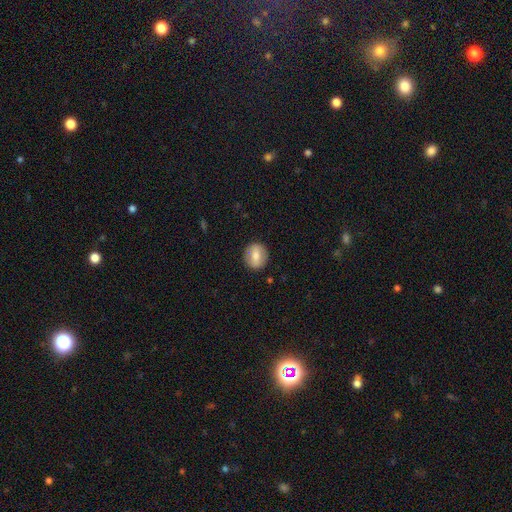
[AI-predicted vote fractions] A smooth galaxy with no disk features (67%) that is round (73%). Merging: none (87%).